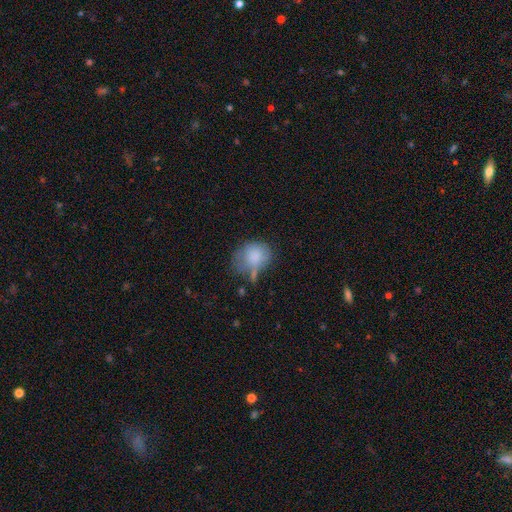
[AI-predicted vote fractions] This is likely a smooth galaxy (78%). How rounded: possibly round (55%). Merging: marginally none (36%).